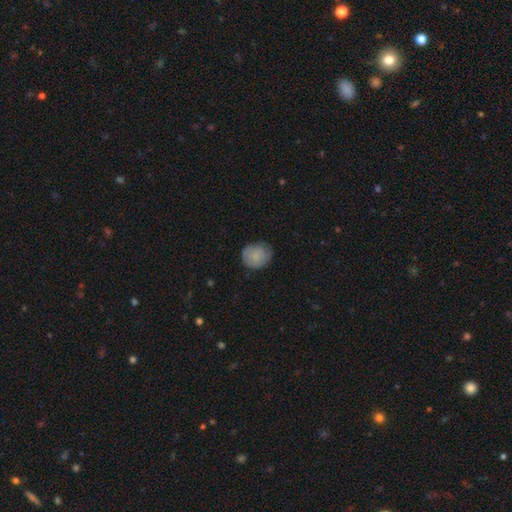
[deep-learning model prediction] Morphology: type=smooth (79%); roundness=round (75%); merging=none (69%).